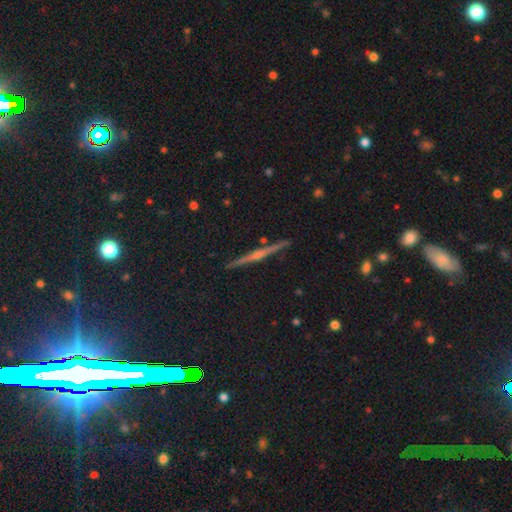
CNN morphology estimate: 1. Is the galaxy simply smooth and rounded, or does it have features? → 74% featured or disk, 13% smooth, 13% star or artifact.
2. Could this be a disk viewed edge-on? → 98% yes, 2% no.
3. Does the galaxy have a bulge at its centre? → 79% rounded, 13% none, 8% boxy.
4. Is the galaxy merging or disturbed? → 92% none, 5% minor disturbance, 1% merger, 1% major disturbance.